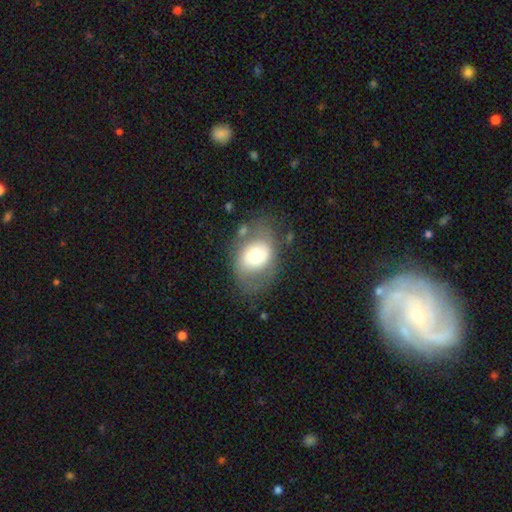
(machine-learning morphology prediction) smooth_or_featured: smooth (p=0.55) [alt: featured or disk p=0.36]
how_rounded: in between (p=0.64) [alt: round p=0.35]
merging: none (p=0.63) [alt: minor disturbance p=0.20]